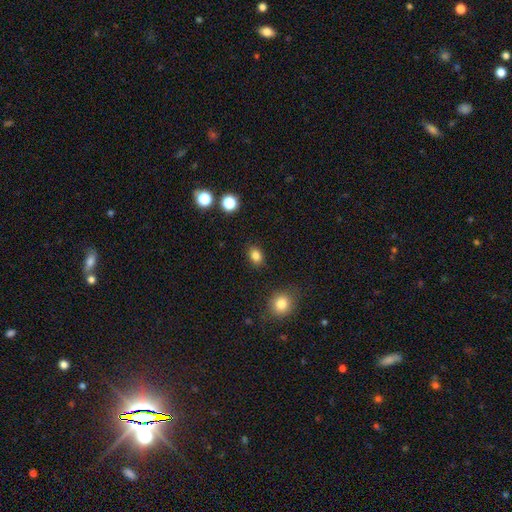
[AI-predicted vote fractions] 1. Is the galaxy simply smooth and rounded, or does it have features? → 84% smooth, 11% star or artifact, 5% featured or disk.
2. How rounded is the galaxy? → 65% in between, 34% round, 1% cigar-shaped.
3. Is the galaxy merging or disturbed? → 87% none, 9% minor disturbance, 3% major disturbance, 2% merger.